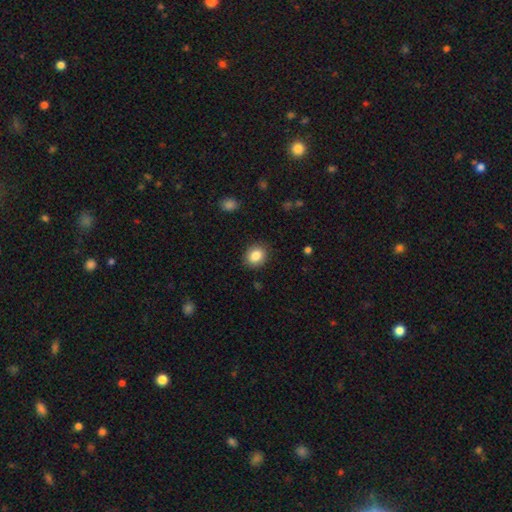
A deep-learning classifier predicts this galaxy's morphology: A smooth galaxy with no disk features (85%) that is round (63%).

Vote fractions:
- Smooth or featured? smooth: 85% / star or artifact: 9% / featured or disk: 6%
- How rounded? round: 63% / in between: 36% / cigar-shaped: 1%
- Merging? none: 88% / minor disturbance: 8% / major disturbance: 2% / merger: 1%